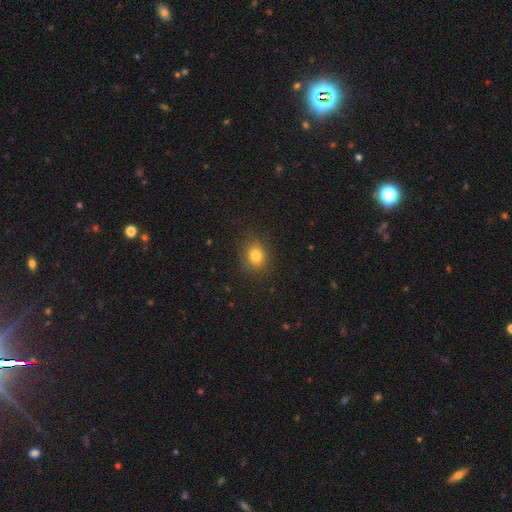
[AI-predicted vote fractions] A smooth galaxy with no disk features (81%) that is round (57%).

Vote fractions:
- Smooth or featured? smooth: 81% / star or artifact: 12% / featured or disk: 7%
- How rounded? round: 57% / in between: 42% / cigar-shaped: 1%
- Merging? none: 85% / minor disturbance: 11% / major disturbance: 4% / merger: 1%